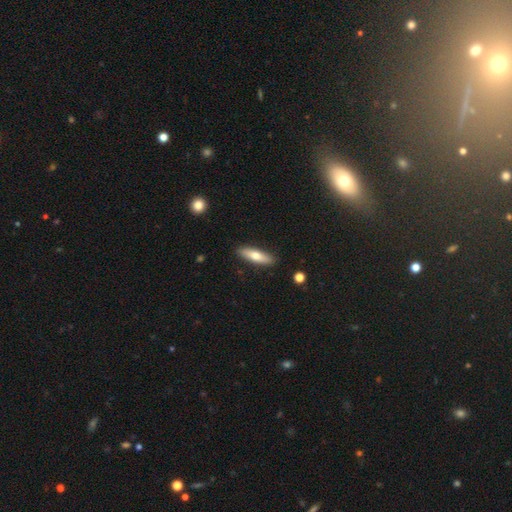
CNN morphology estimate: Overall: smooth (66%; featured or disk 29%). How rounded: cigar-shaped (60%; in between 38%). Merging: none (89%).